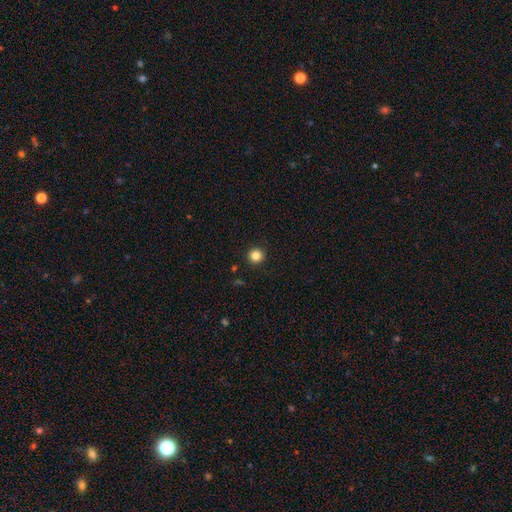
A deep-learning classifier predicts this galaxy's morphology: Smooth or featured? smooth (84%)
How rounded? round (95%)
Merging? none (93%)